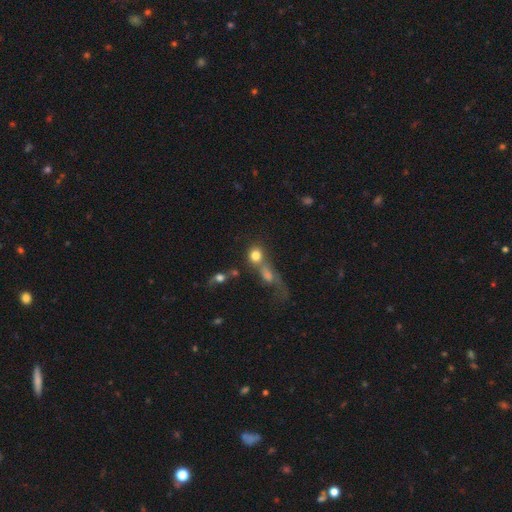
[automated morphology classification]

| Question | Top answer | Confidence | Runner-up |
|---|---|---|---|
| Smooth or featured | smooth | 77% | star or artifact (12%) |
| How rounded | round | 74% | in between (23%) |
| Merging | merger | 47% | none (35%) |